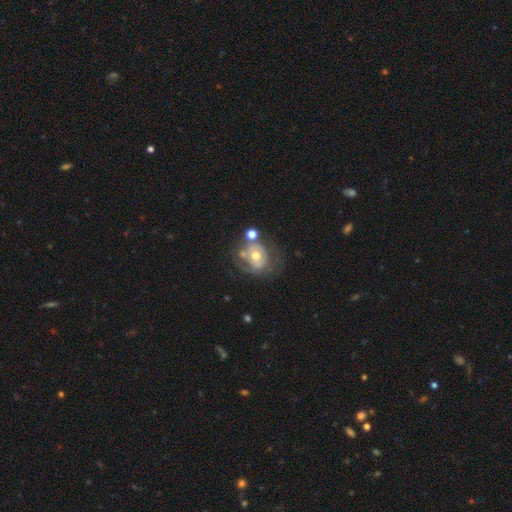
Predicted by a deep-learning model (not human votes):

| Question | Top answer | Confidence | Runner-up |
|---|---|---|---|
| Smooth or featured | featured or disk | 58% | smooth (33%) |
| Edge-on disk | no | 96% | yes (4%) |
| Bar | no | 79% | weak (16%) |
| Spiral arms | no | 57% | yes (43%) |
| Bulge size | moderate | 70% | small (21%) |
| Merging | none | 43% | minor disturbance (21%) |